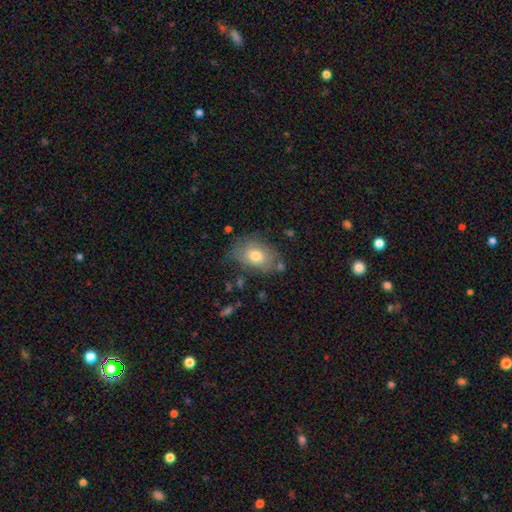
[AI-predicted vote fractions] A smooth galaxy with no disk features (71%) that is in between round and cigar-shaped (77%). Merging: none (69%).